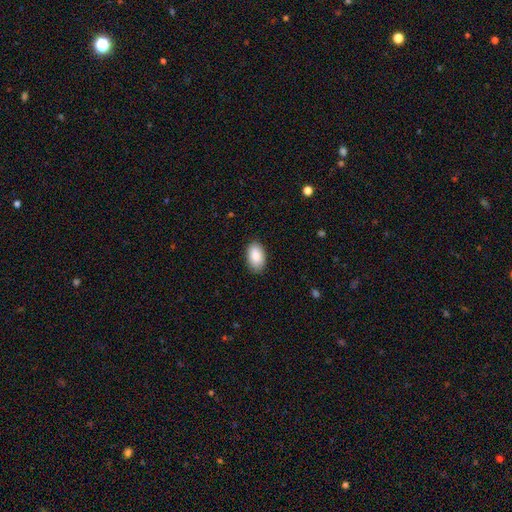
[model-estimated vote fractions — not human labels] smooth-or-featured: smooth: 88% | star or artifact: 6% | featured or disk: 5%
  how-rounded: in between: 94% | round: 5% | cigar-shaped: 1%
  merging: none: 87% | minor disturbance: 10% | major disturbance: 2% | merger: 1%